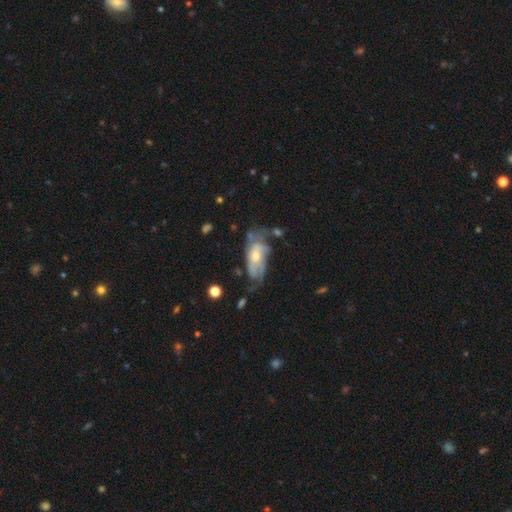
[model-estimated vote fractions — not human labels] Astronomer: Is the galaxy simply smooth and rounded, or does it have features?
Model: featured or disk — 62%.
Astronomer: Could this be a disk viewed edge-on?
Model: no — 90%.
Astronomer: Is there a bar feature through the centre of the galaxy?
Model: no — 73%.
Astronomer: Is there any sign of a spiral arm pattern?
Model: yes — 70%.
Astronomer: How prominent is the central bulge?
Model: moderate — 53% (runner-up: small, 38%).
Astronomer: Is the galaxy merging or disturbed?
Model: none — 38% (runner-up: minor disturbance, 29%).